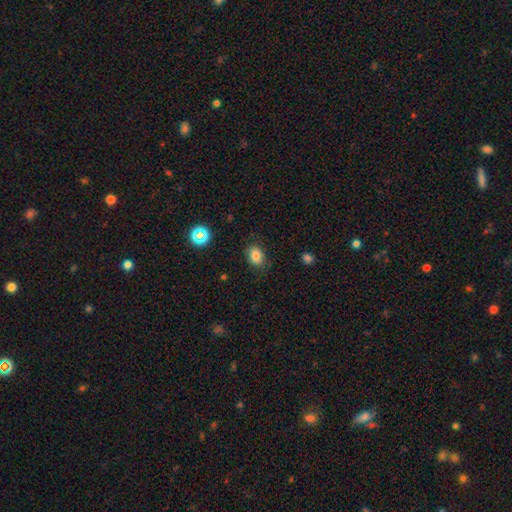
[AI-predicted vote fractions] Morphology: type=smooth (81%); roundness=in between (65%); merging=none (81%).